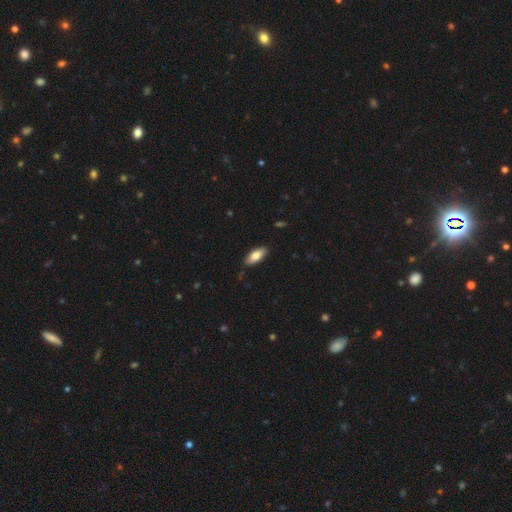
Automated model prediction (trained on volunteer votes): Overall: smooth (78%). How rounded: in between (83%). Merging: none (84%).